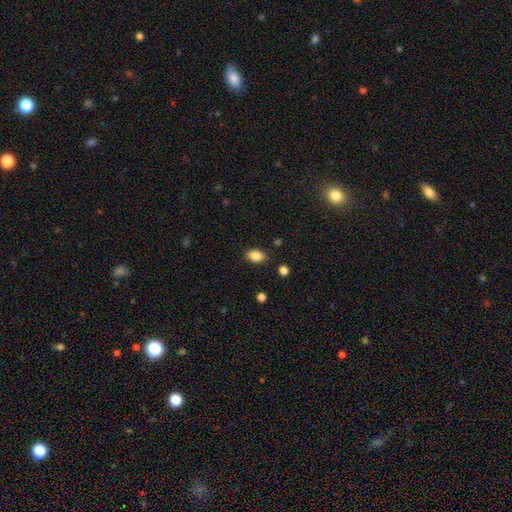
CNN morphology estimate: Smooth or featured?
  - smooth: 86% *
  - star or artifact: 9%
  - featured or disk: 5%
How rounded?
  - in between: 84% *
  - round: 15%
  - cigar-shaped: 1%
Merging?
  - none: 85% *
  - minor disturbance: 11%
  - major disturbance: 3%
  - merger: 2%